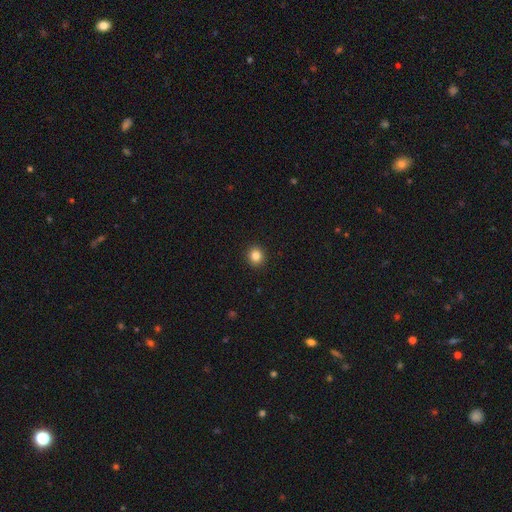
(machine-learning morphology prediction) smooth_or_featured: smooth (p=0.84) [alt: star or artifact p=0.11]
how_rounded: round (p=0.89) [alt: in between p=0.10]
merging: none (p=0.93) [alt: minor disturbance p=0.04]